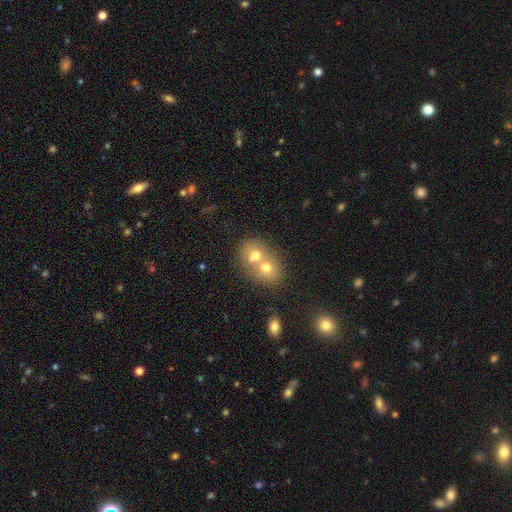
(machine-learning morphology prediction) This is likely a smooth galaxy (68%). How rounded: likely round (61%). Merging: likely merger (70%).